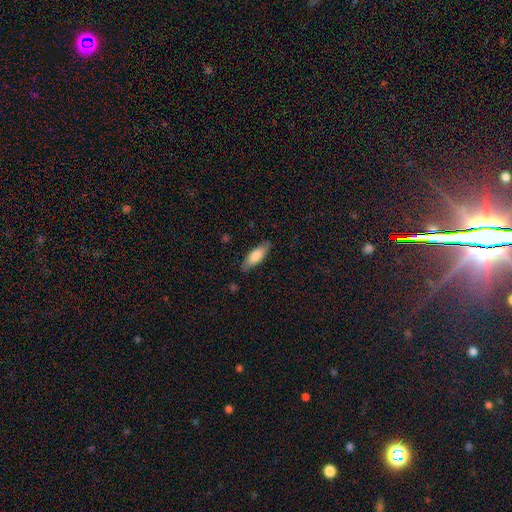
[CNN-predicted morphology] A smooth galaxy with no disk features (79%) that is in between round and cigar-shaped (61%). Merging: none (84%).